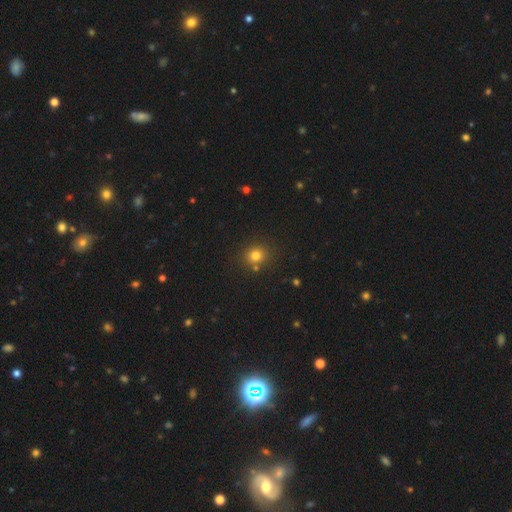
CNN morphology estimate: smooth-or-featured: smooth: 78% | star or artifact: 16% | featured or disk: 6%
  how-rounded: round: 81% | in between: 18% | cigar-shaped: 1%
  merging: none: 80% | minor disturbance: 9% | merger: 8% | major disturbance: 3%